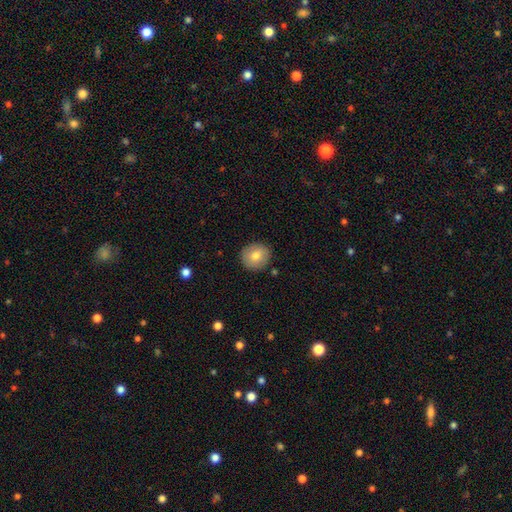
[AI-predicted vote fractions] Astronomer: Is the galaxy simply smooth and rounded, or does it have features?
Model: smooth — 77%.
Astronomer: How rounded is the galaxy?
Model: round — 88%.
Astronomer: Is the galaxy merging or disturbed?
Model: none — 89%.